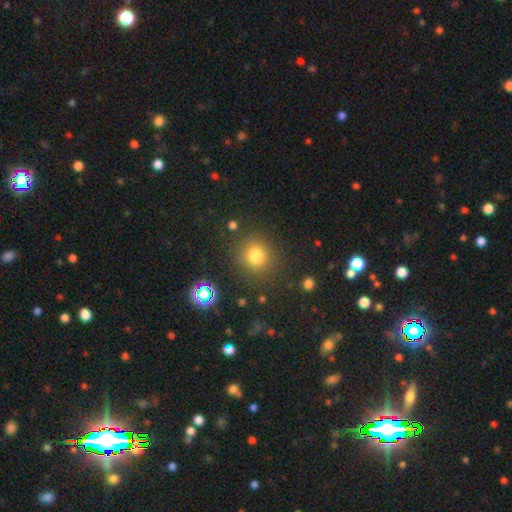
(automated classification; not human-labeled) A smooth galaxy with no disk features (77%) that is round (88%). Merging: none (84%).